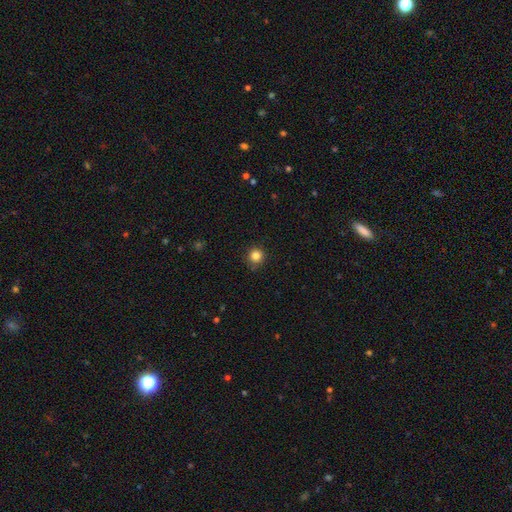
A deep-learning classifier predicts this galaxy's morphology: smooth-or-featured: smooth: 84% | star or artifact: 12% | featured or disk: 4%
  how-rounded: round: 94% | in between: 5% | cigar-shaped: 1%
  merging: none: 86% | minor disturbance: 10% | major disturbance: 2% | merger: 1%